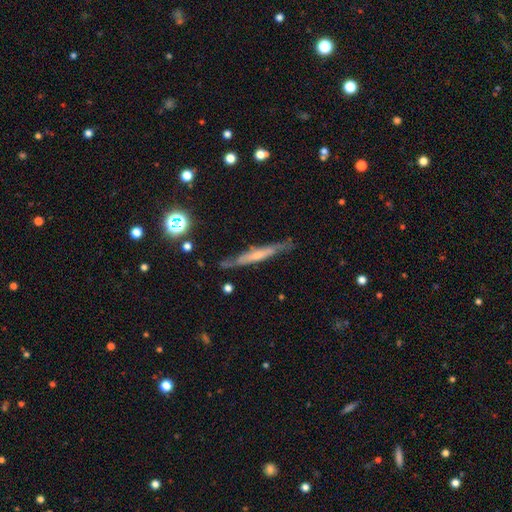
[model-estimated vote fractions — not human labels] Smooth or featured? featured or disk (59%)
Edge-on disk? yes (89%)
Edge-on bulge? none (54%)
Merging? none (79%)